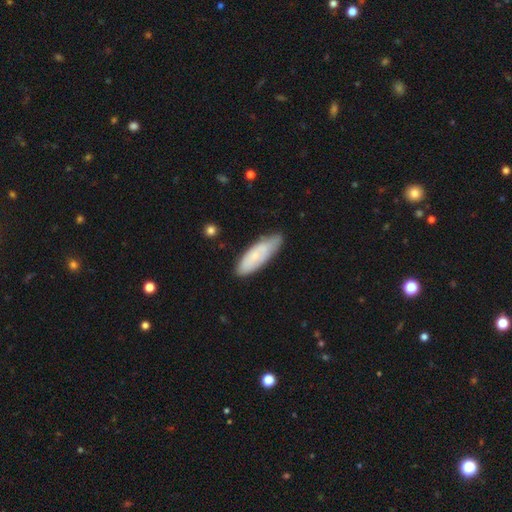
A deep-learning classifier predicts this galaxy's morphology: This is likely a smooth galaxy (66%). How rounded: possibly in between (59%). Merging: likely none (66%).